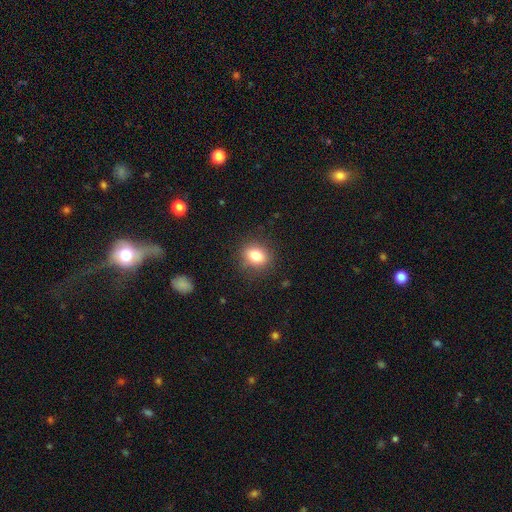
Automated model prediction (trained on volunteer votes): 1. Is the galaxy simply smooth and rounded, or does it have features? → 82% smooth, 10% star or artifact, 8% featured or disk.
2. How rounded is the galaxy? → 56% round, 42% in between, 1% cigar-shaped.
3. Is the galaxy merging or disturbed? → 87% none, 9% minor disturbance, 3% major disturbance, 1% merger.